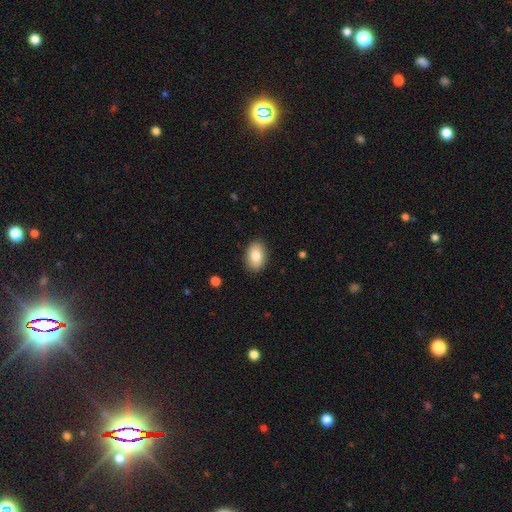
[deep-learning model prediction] A smooth galaxy with no disk features (83%) that is in between round and cigar-shaped (85%).

Vote fractions:
- Smooth or featured? smooth: 83% / featured or disk: 11% / star or artifact: 7%
- How rounded? in between: 85% / round: 13% / cigar-shaped: 1%
- Merging? none: 89% / minor disturbance: 8% / major disturbance: 2% / merger: 1%